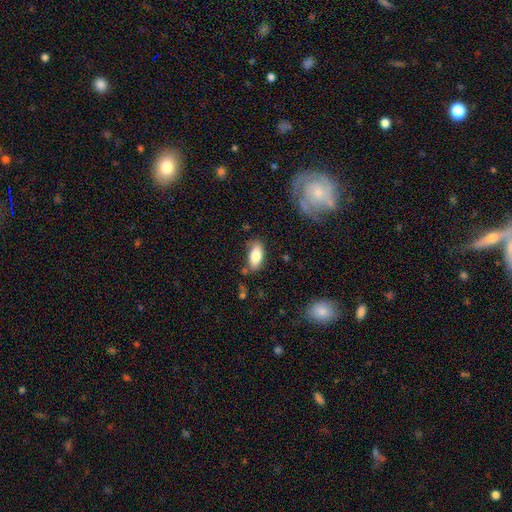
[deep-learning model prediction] smooth-or-featured: smooth: 81% | featured or disk: 12% | star or artifact: 7%
  how-rounded: in between: 90% | cigar-shaped: 7% | round: 3%
  merging: none: 72% | minor disturbance: 19% | major disturbance: 5% | merger: 4%